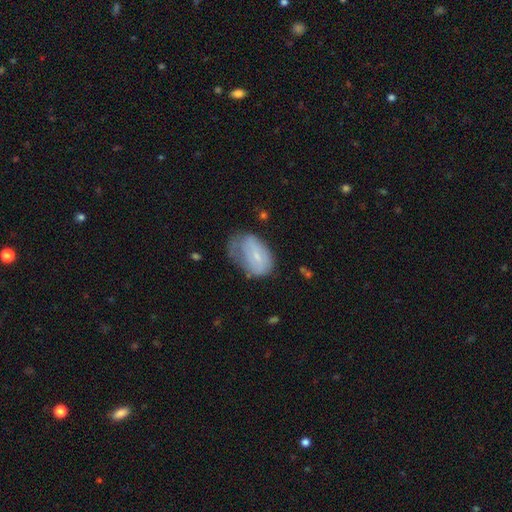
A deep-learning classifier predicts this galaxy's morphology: Overall: smooth (56%; featured or disk 37%). How rounded: in between (87%). Merging: minor disturbance (39%; major disturbance 31%).